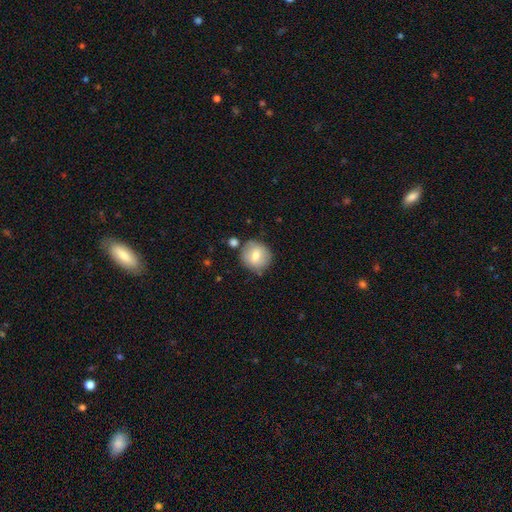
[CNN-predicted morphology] This appears to be a smooth galaxy with no disk features (76%) that is round (89%). Merging: none (77%).